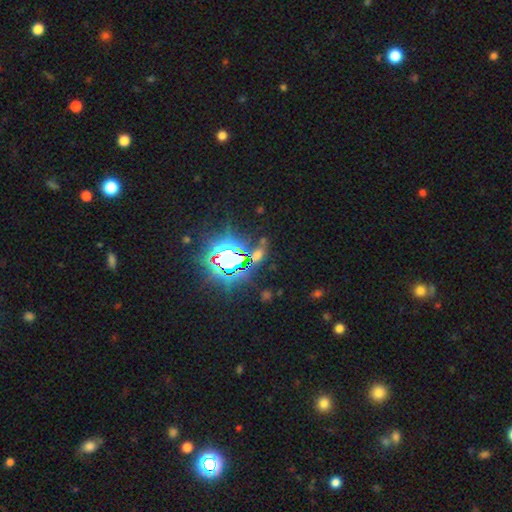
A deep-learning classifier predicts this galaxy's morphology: This is likely a star or artifact rather than a galaxy (68%).